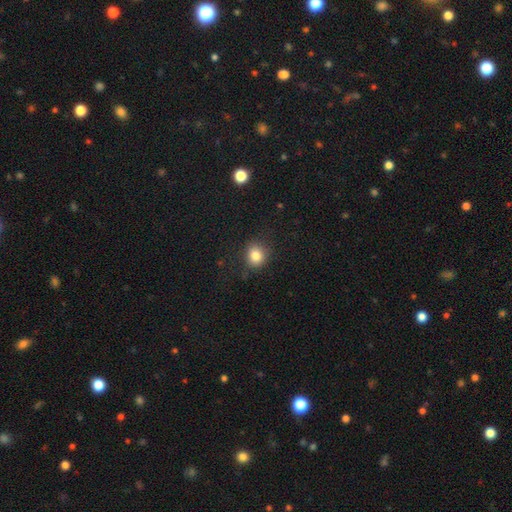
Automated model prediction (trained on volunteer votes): A smooth galaxy with no disk features (82%) that is round (79%).

Vote fractions:
- Smooth or featured? smooth: 82% / star or artifact: 11% / featured or disk: 7%
- How rounded? round: 79% / in between: 20% / cigar-shaped: 1%
- Merging? none: 82% / minor disturbance: 12% / major disturbance: 4% / merger: 1%